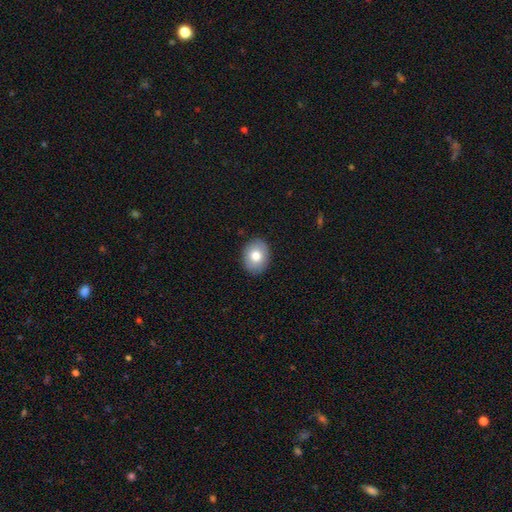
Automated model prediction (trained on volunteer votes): Q: Smooth or featured?
A: smooth (78%); runner-up: featured or disk (15%)
Q: How rounded?
A: in between (60%); runner-up: round (39%)
Q: Merging?
A: none (88%); runner-up: minor disturbance (9%)